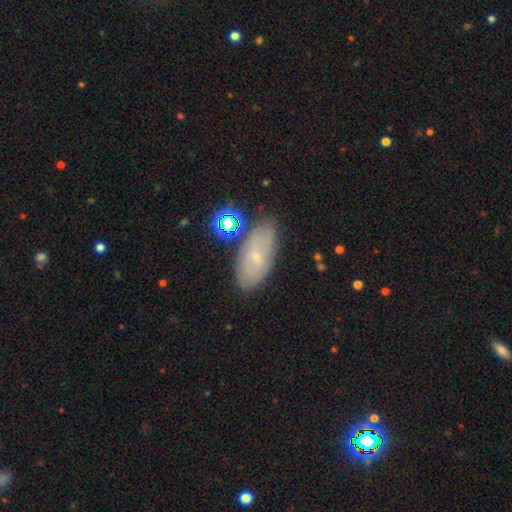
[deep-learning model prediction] This is possibly a smooth galaxy (52%). How rounded: clearly in between (89%). Merging: likely none (74%).